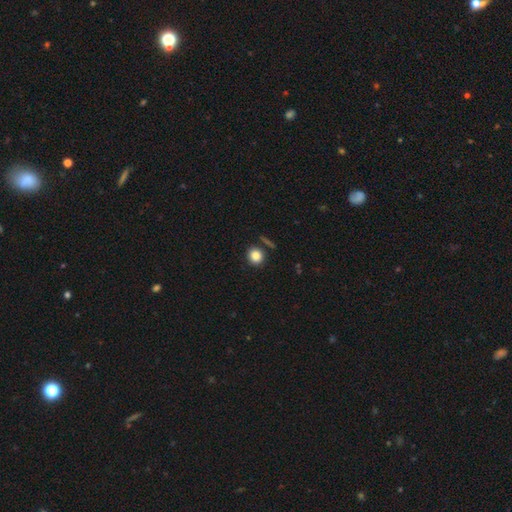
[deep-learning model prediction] A smooth galaxy with no disk features (84%) that is round (87%).

Vote fractions:
- Smooth or featured? smooth: 84% / star or artifact: 10% / featured or disk: 5%
- How rounded? round: 87% / in between: 11% / cigar-shaped: 1%
- Merging? none: 84% / minor disturbance: 8% / merger: 5% / major disturbance: 3%